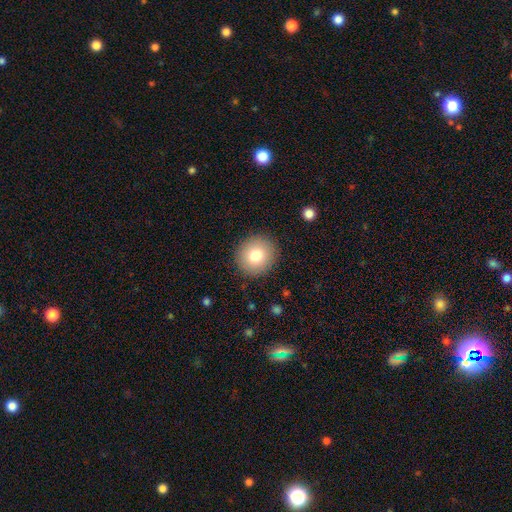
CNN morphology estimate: smooth-or-featured: smooth: 80% | featured or disk: 11% | star or artifact: 9%
  how-rounded: round: 90% | in between: 9% | cigar-shaped: 1%
  merging: none: 90% | minor disturbance: 6% | major disturbance: 2% | merger: 1%